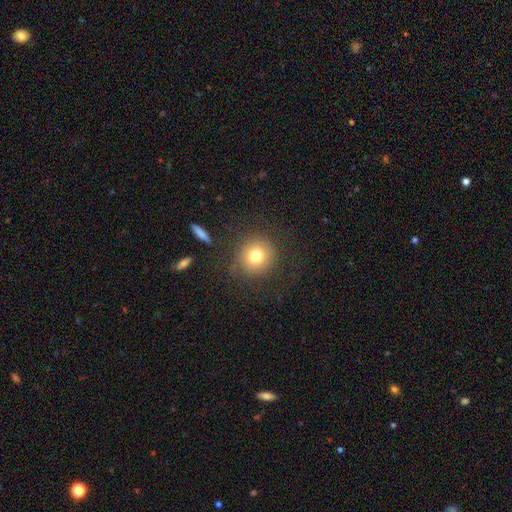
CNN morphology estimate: Smooth or featured? Predicted: smooth (p=0.76). How rounded? Predicted: round (p=0.92). Merging? Predicted: none (p=0.81).